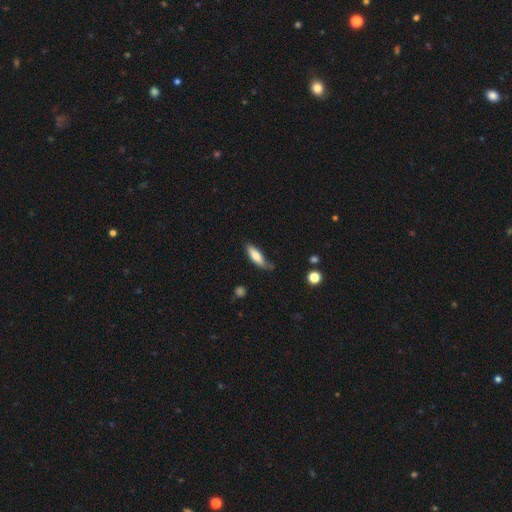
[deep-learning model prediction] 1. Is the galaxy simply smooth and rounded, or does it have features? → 73% smooth, 21% featured or disk, 6% star or artifact.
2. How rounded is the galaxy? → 50% in between, 48% cigar-shaped, 2% round.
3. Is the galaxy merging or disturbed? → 52% none, 34% minor disturbance, 10% major disturbance, 3% merger.